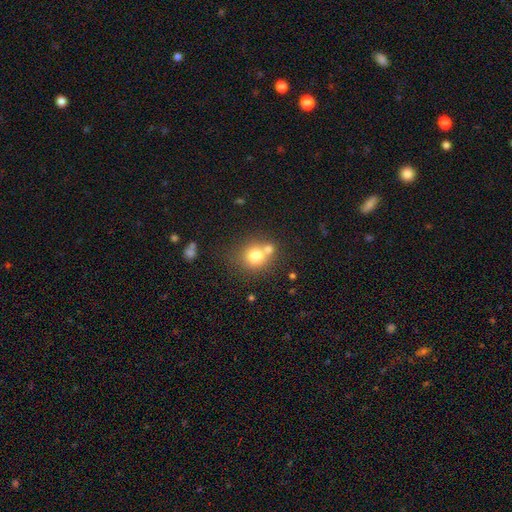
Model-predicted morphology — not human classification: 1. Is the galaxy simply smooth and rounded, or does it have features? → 74% smooth, 13% featured or disk, 12% star or artifact.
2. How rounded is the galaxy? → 85% round, 14% in between, 1% cigar-shaped.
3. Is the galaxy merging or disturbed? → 50% none, 38% merger, 9% minor disturbance, 4% major disturbance.